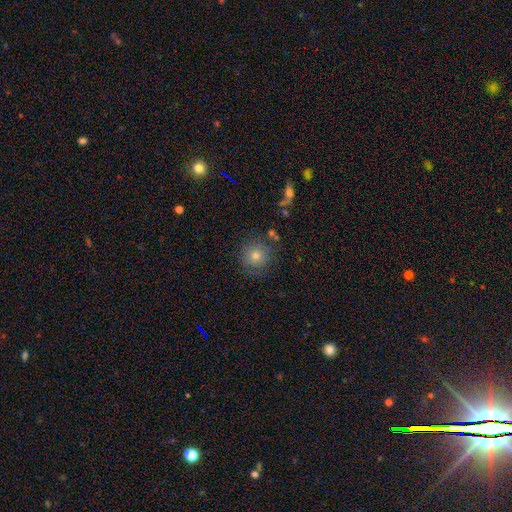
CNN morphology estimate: smooth 63%, star or artifact 19%, featured or disk 18%. Down the decision tree: how rounded — round (93%); merging — none (81%).